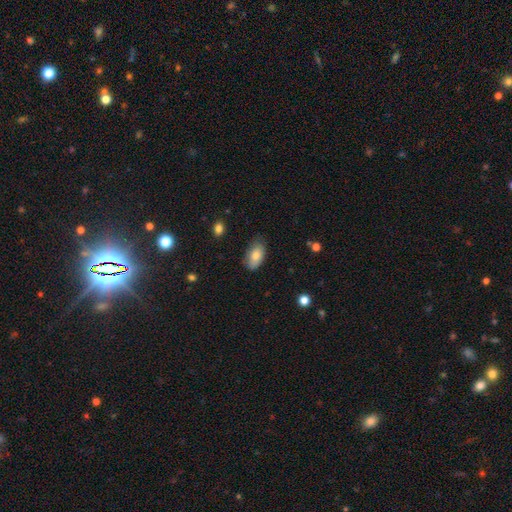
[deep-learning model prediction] A smooth galaxy with no disk features (79%) that is in between round and cigar-shaped (93%).

Vote fractions:
- Smooth or featured? smooth: 79% / featured or disk: 14% / star or artifact: 7%
- How rounded? in between: 93% / round: 4% / cigar-shaped: 2%
- Merging? none: 70% / minor disturbance: 24% / major disturbance: 4% / merger: 1%